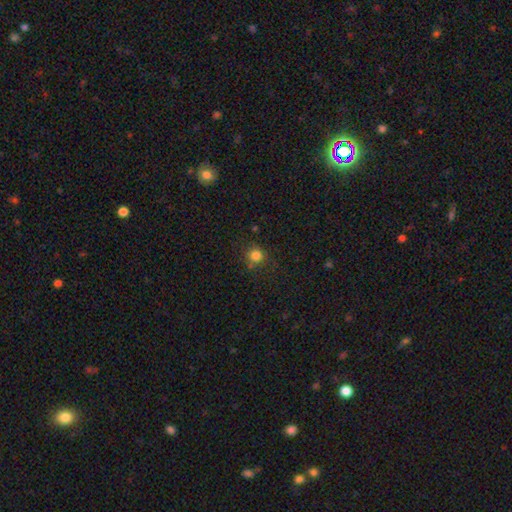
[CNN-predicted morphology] smooth-or-featured: smooth: 81% | star or artifact: 14% | featured or disk: 5%
  how-rounded: round: 88% | in between: 11% | cigar-shaped: 1%
  merging: none: 77% | minor disturbance: 13% | merger: 7% | major disturbance: 4%